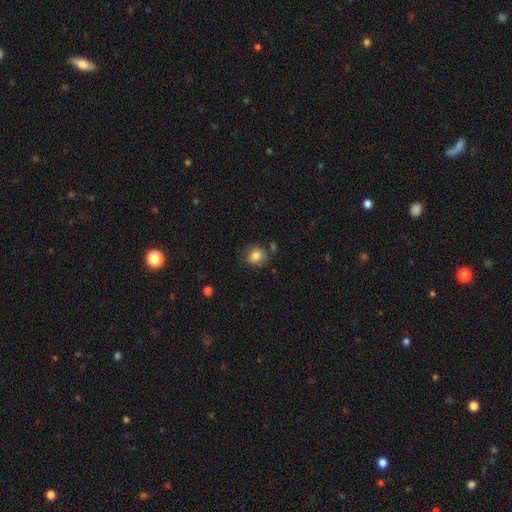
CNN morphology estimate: A smooth galaxy with no disk features (82%) that is round (81%). Merging: none (75%).